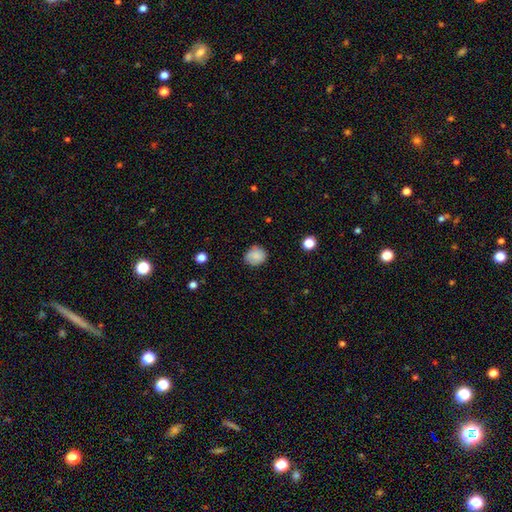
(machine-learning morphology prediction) type=smooth (84%); roundness=round (77%); merging=none (79%).